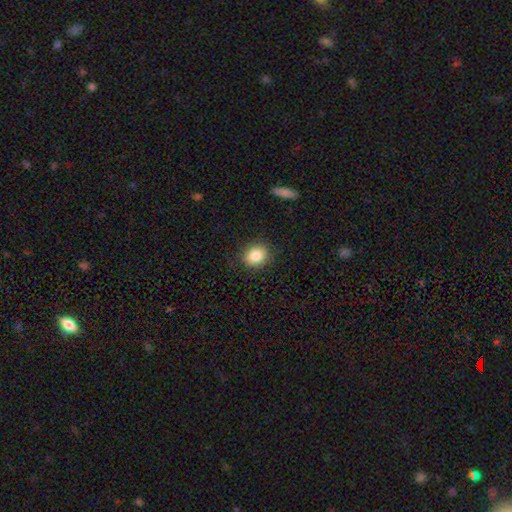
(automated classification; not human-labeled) This appears to be a smooth galaxy with no disk features (86%) that is round (63%). Merging: none (86%).